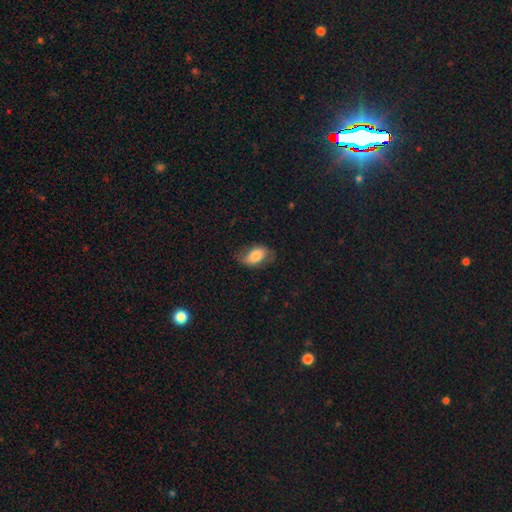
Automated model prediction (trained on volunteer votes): This is likely a smooth galaxy (62%). How rounded: clearly in between (89%). Merging: likely none (65%).